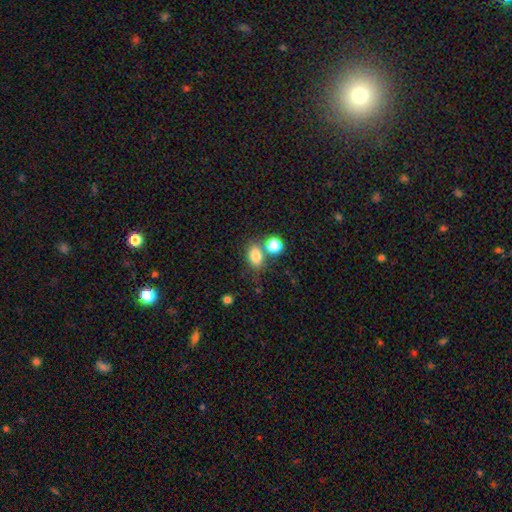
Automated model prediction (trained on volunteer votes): Smooth or featured?
  - smooth: 81% *
  - star or artifact: 11%
  - featured or disk: 8%
How rounded?
  - in between: 73% *
  - round: 26%
  - cigar-shaped: 2%
Merging?
  - none: 58% *
  - merger: 26%
  - minor disturbance: 12%
  - major disturbance: 4%